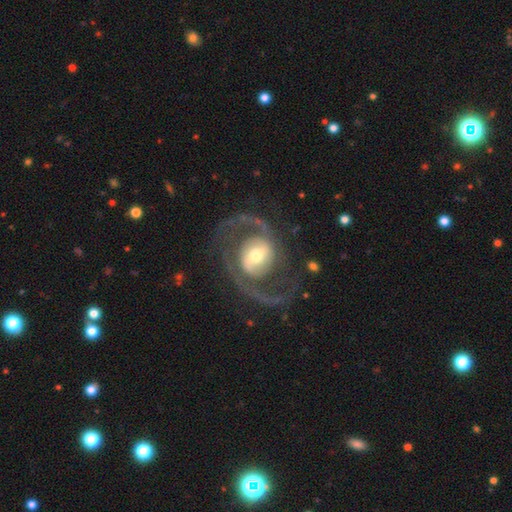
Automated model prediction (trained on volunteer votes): Smooth or featured: featured or disk — 86% (smooth — 9%)
Edge-on disk: no — 97% (yes — 3%)
Bar: weak — 35% (no — 33%)
Spiral arms: yes — 91% (no — 9%)
Spiral winding: medium — 52% (loose — 27%)
Spiral arm count: 2 — 89% (can't tell — 4%)
Bulge size: moderate — 58% (small — 20%)
Merging: none — 71% (major disturbance — 15%)